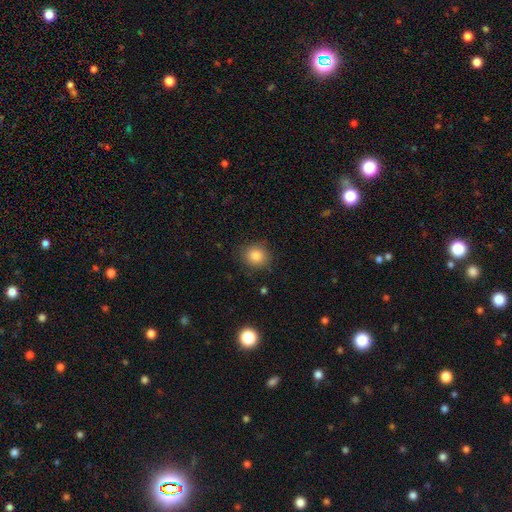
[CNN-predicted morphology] A smooth galaxy with no disk features (84%) that is round (83%). Merging: none (85%).